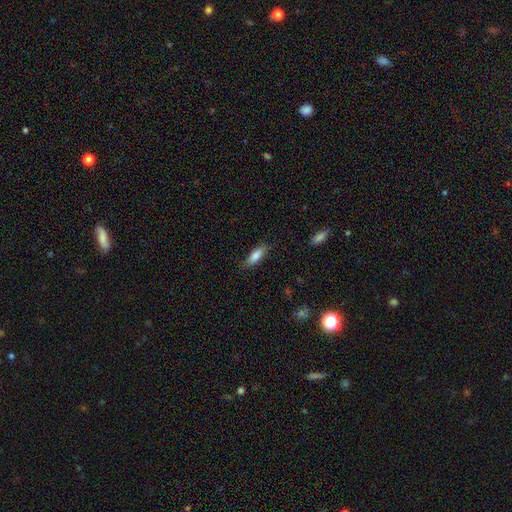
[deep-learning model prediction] smooth 83%, featured or disk 11%, star or artifact 7%. Down the decision tree: how rounded — in between (57%); merging — none (80%).